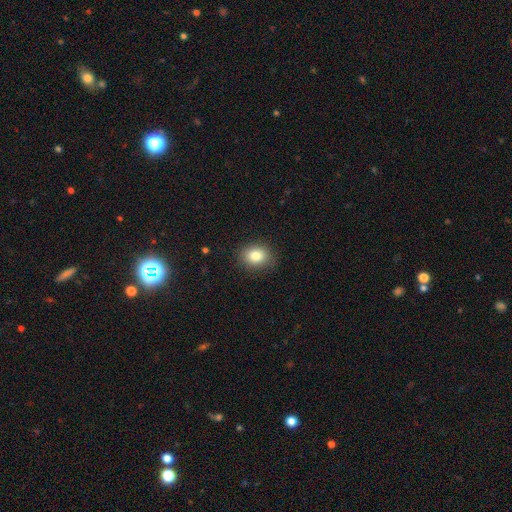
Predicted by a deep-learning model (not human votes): smooth_or_featured: smooth (p=0.84) [alt: star or artifact p=0.10]
how_rounded: in between (p=0.53) [alt: round p=0.46]
merging: none (p=0.85) [alt: minor disturbance p=0.11]